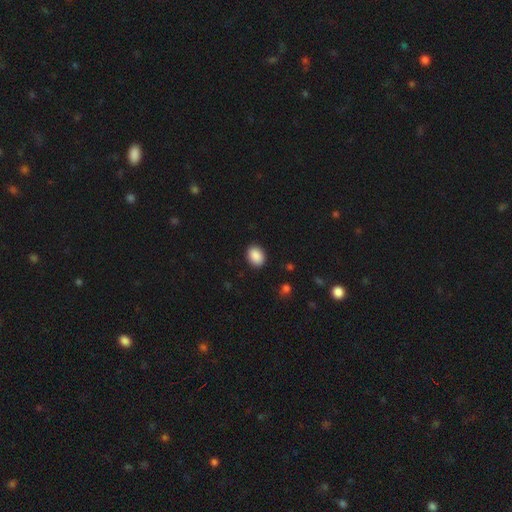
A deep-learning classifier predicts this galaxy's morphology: smooth 89%, star or artifact 8%, featured or disk 3%. Down the decision tree: how rounded — in between (71%); merging — none (89%).